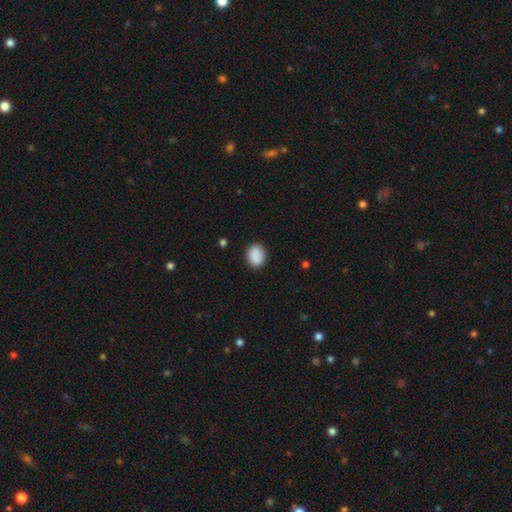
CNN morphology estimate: smooth-or-featured: smooth: 89% | star or artifact: 7% | featured or disk: 3%
  how-rounded: round: 50% | in between: 49% | cigar-shaped: 1%
  merging: none: 87% | minor disturbance: 9% | major disturbance: 2% | merger: 1%